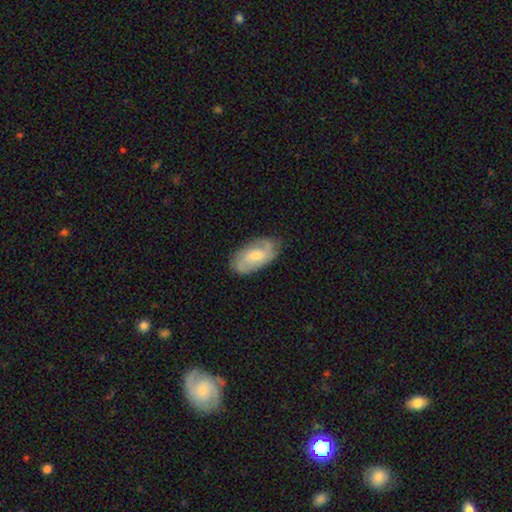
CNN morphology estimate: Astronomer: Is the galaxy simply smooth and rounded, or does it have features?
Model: featured or disk — 60%.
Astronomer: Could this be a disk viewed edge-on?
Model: no — 95%.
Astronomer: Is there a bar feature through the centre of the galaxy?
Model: weak — 46% (runner-up: no, 45%).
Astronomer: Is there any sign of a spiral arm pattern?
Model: yes — 88%.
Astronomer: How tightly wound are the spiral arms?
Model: medium — 45% (runner-up: tight, 31%).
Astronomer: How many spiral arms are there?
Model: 2 — 66%.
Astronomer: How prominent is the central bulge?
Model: moderate — 49% (runner-up: small, 41%).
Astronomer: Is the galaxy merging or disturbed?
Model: none — 77%.